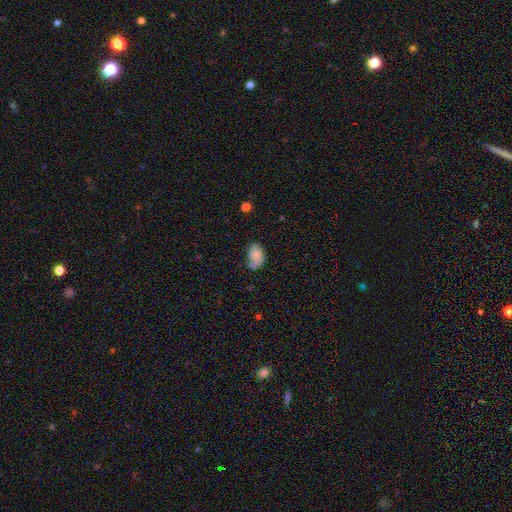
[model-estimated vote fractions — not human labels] Smooth or featured?
  - smooth: 54% *
  - featured or disk: 37%
  - star or artifact: 9%
How rounded?
  - in between: 86% *
  - round: 12%
  - cigar-shaped: 2%
Merging?
  - none: 43% *
  - minor disturbance: 30%
  - major disturbance: 22%
  - merger: 6%